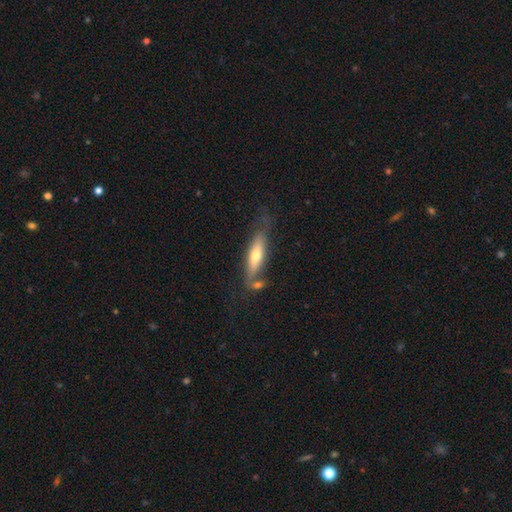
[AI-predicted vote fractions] A smooth galaxy with no disk features (52%) that is cigar-shaped (63%).

Vote fractions:
- Smooth or featured? smooth: 52% / featured or disk: 42% / star or artifact: 6%
- How rounded? cigar-shaped: 63% / in between: 35% / round: 2%
- Merging? none: 54% / minor disturbance: 23% / merger: 13% / major disturbance: 10%